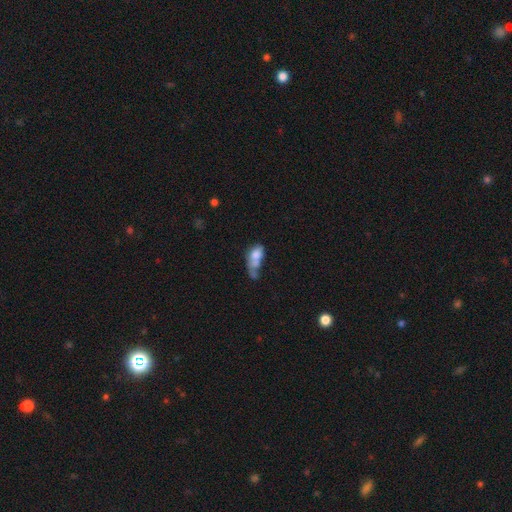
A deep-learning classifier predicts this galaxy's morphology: smooth 66%, featured or disk 24%, star or artifact 9%. Down the decision tree: how rounded — in between (84%); merging — merger (36%).